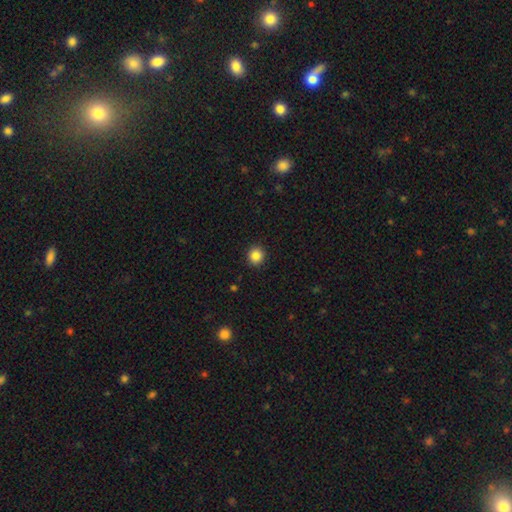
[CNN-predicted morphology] This appears to be a smooth galaxy with no disk features (86%) that is round (92%). Merging: none (92%).